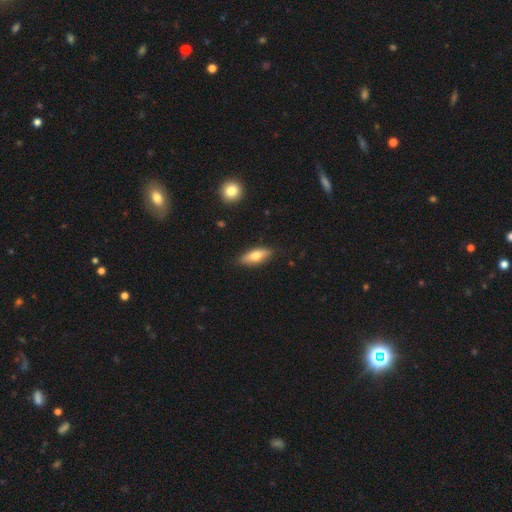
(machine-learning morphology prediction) type=smooth (63%); roundness=in between (65%); merging=none (86%).